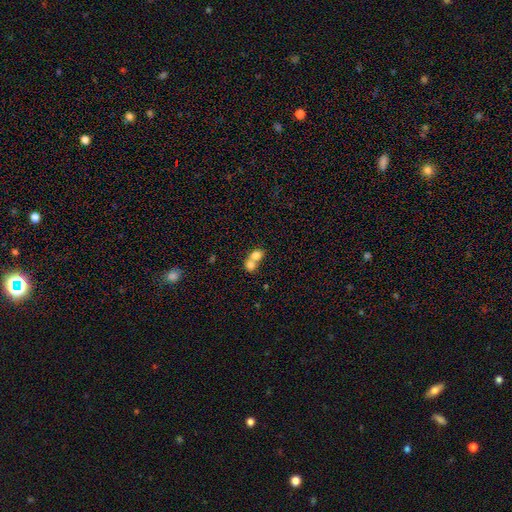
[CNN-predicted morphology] Overall: smooth (77%). How rounded: round (62%; in between 37%). Merging: merger (72%).